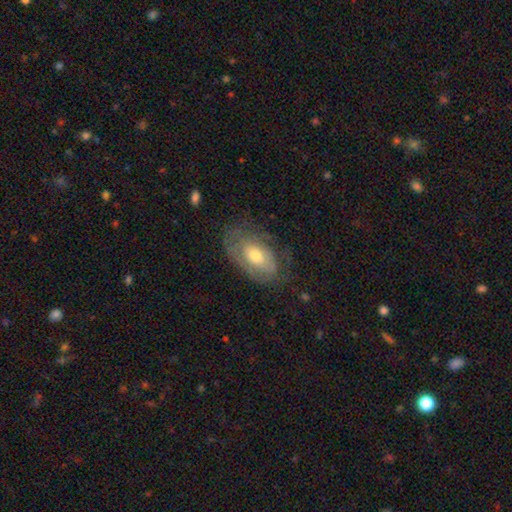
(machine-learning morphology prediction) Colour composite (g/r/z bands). It shows a featured or disk galaxy (50%). Merging: none (61%).